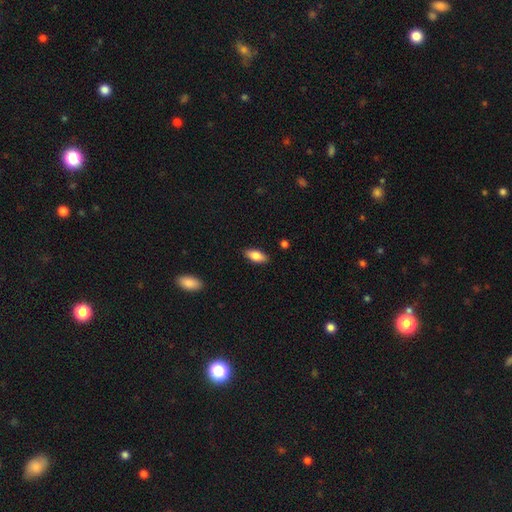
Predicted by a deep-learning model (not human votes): Smooth or featured?
  - smooth: 81% *
  - featured or disk: 12%
  - star or artifact: 6%
How rounded?
  - in between: 85% *
  - cigar-shaped: 12%
  - round: 2%
Merging?
  - none: 87% *
  - minor disturbance: 9%
  - major disturbance: 2%
  - merger: 1%